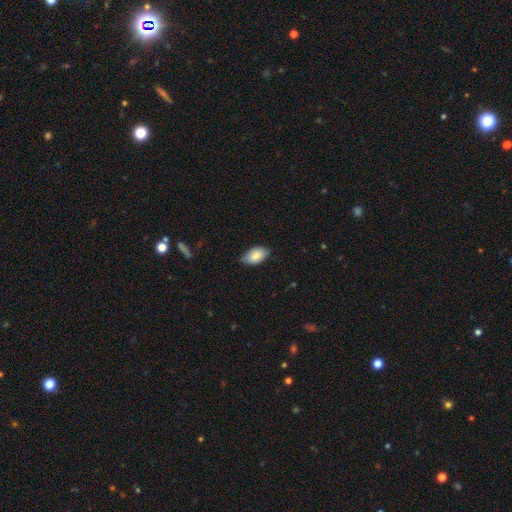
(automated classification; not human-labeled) A smooth galaxy with no disk features (85%) that is in between round and cigar-shaped (94%).

Vote fractions:
- Smooth or featured? smooth: 85% / featured or disk: 9% / star or artifact: 6%
- How rounded? in between: 94% / round: 5% / cigar-shaped: 2%
- Merging? none: 75% / minor disturbance: 21% / major disturbance: 3% / merger: 1%